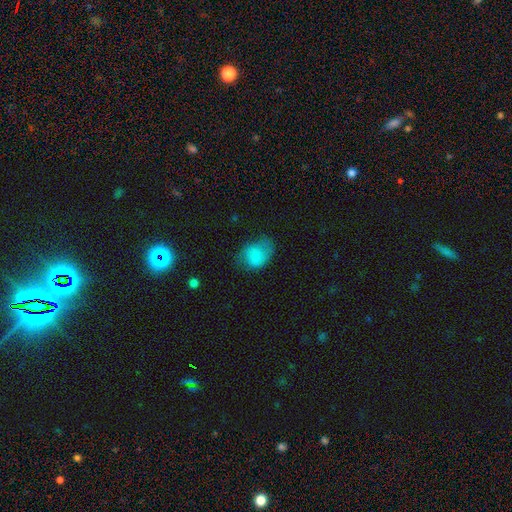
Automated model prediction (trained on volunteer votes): A smooth galaxy with no disk features (72%) that is in between round and cigar-shaped (67%).

Vote fractions:
- Smooth or featured? smooth: 72% / featured or disk: 19% / star or artifact: 9%
- How rounded? in between: 67% / round: 32% / cigar-shaped: 1%
- Merging? none: 53% / minor disturbance: 31% / major disturbance: 14% / merger: 2%